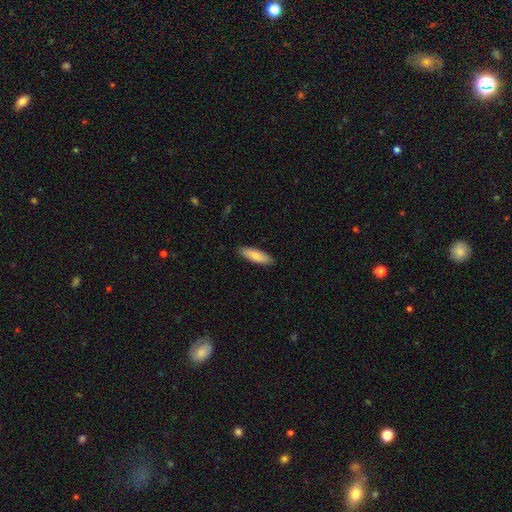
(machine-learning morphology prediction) Smooth or featured: smooth — 80% (featured or disk — 14%)
How rounded: in between — 50% (cigar-shaped — 49%)
Merging: none — 89% (minor disturbance — 9%)